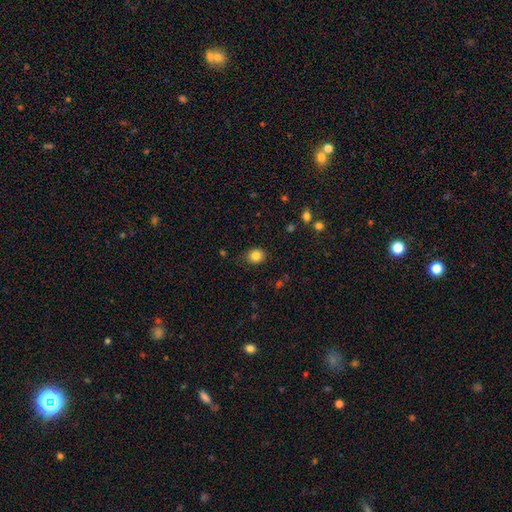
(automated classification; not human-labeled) smooth_or_featured: smooth (p=0.84) [alt: star or artifact p=0.10]
how_rounded: round (p=0.57) [alt: in between p=0.42]
merging: none (p=0.81) [alt: minor disturbance p=0.15]